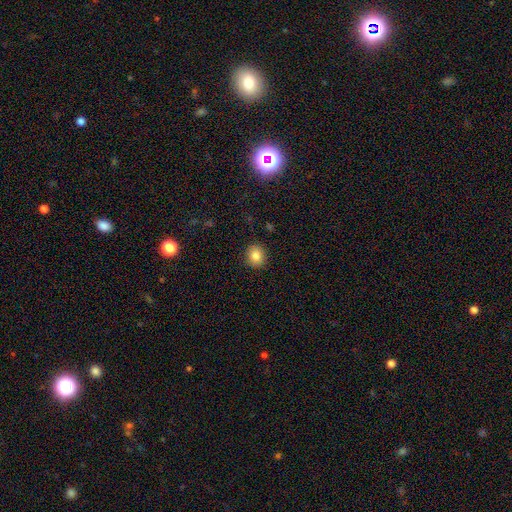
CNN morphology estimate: Smooth or featured? smooth (85%)
How rounded? round (78%)
Merging? none (90%)